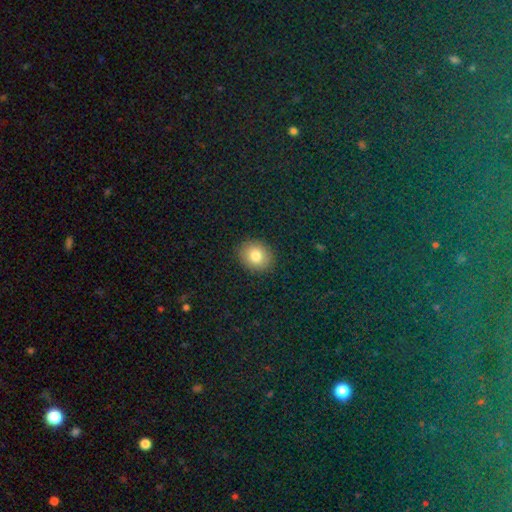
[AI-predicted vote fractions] smooth_or_featured: smooth (p=0.81) [alt: star or artifact p=0.10]
how_rounded: round (p=0.67) [alt: in between p=0.32]
merging: none (p=0.89) [alt: minor disturbance p=0.07]